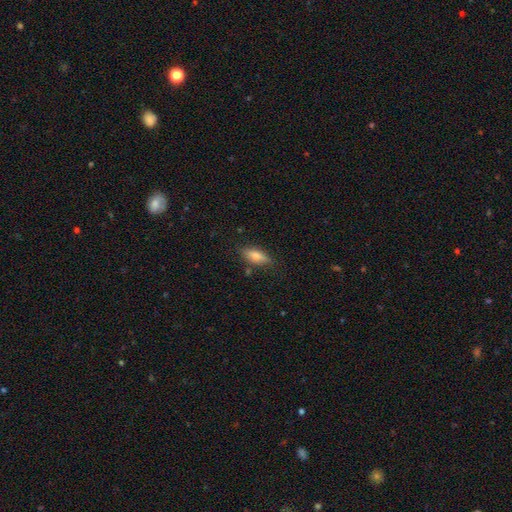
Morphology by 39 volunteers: Volunteers were most divided on "smooth or featured": smooth: 62%, featured or disk: 31%, star or artifact: 8%. More confident: how rounded — in between (88%); merging — none (83%).